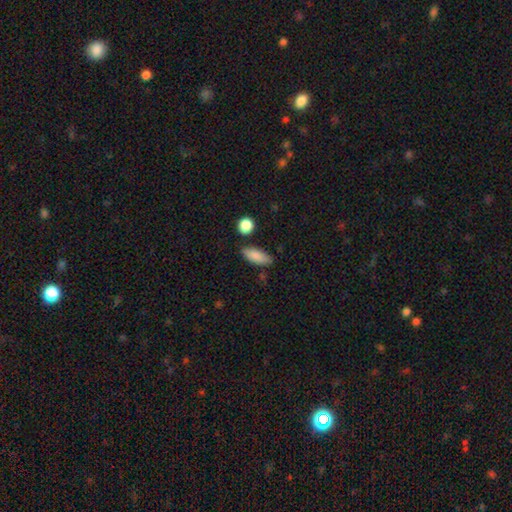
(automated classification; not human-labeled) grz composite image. It shows a smooth galaxy with no disk features (86%) that is in between round and cigar-shaped (75%). Merging: none (78%).